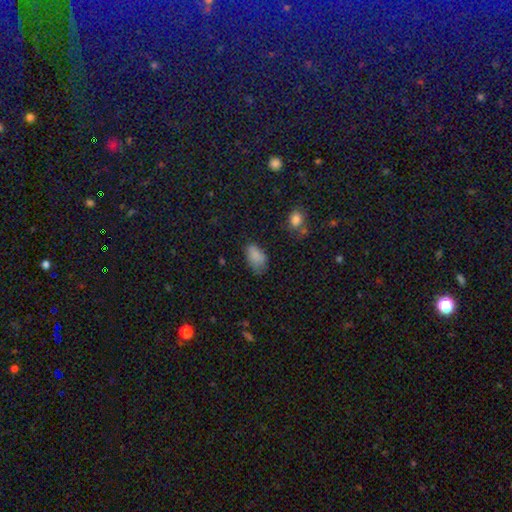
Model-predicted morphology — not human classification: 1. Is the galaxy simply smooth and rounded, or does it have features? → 84% smooth, 9% star or artifact, 7% featured or disk.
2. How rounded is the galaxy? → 91% in between, 7% round, 2% cigar-shaped.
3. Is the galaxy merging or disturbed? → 58% none, 30% minor disturbance, 9% major disturbance, 3% merger.